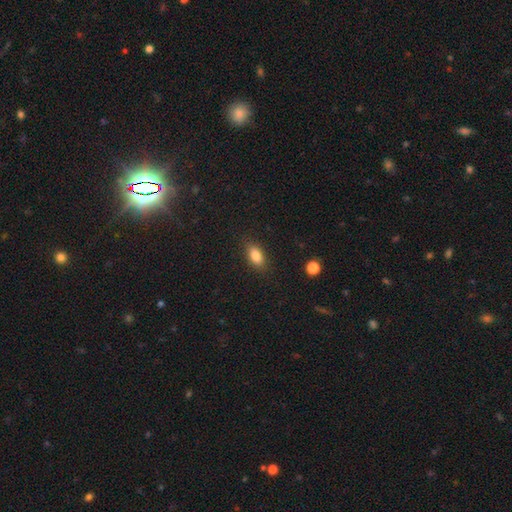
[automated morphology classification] Q: Smooth or featured?
A: smooth (84%); runner-up: star or artifact (9%)
Q: How rounded?
A: in between (86%); runner-up: cigar-shaped (8%)
Q: Merging?
A: none (85%); runner-up: minor disturbance (11%)